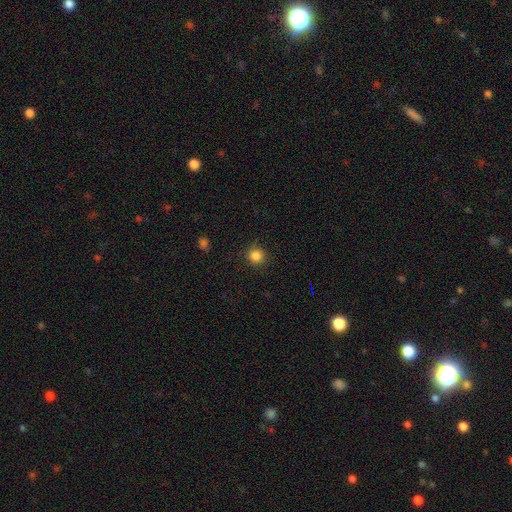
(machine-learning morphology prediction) The model was most divided on "smooth or featured": smooth: 84%, star or artifact: 12%, featured or disk: 4%. More confident: how rounded — round (94%); merging — none (88%).